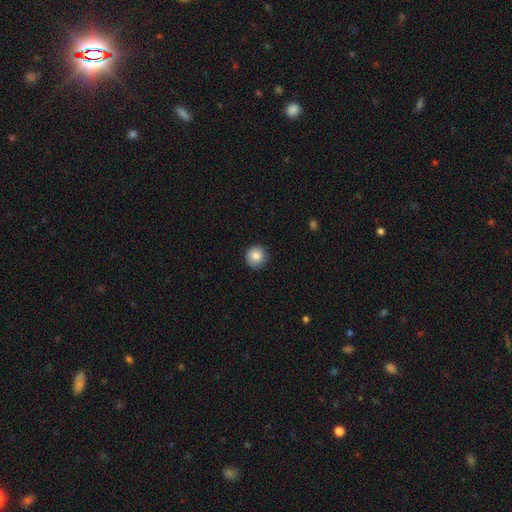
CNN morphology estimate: Q: Smooth or featured?
A: smooth (84%); runner-up: star or artifact (9%)
Q: How rounded?
A: round (95%); runner-up: in between (4%)
Q: Merging?
A: none (90%); runner-up: minor disturbance (7%)